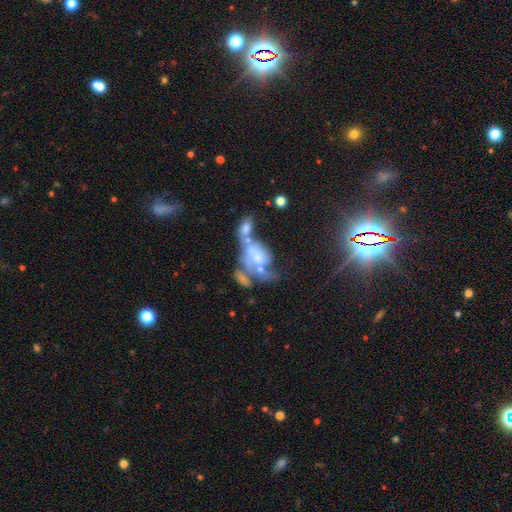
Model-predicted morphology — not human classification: This appears to be a featured or disk galaxy (55%) with no bar (79%), no spiral arms (73%) and no central bulge (36%). Merging: merger (54%).